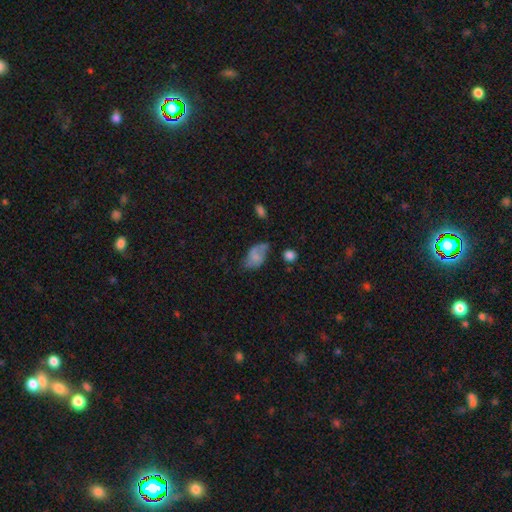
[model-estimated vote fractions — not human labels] This appears to be a smooth galaxy with no disk features (59%) that is in between round and cigar-shaped (89%). Merging: none (40%).